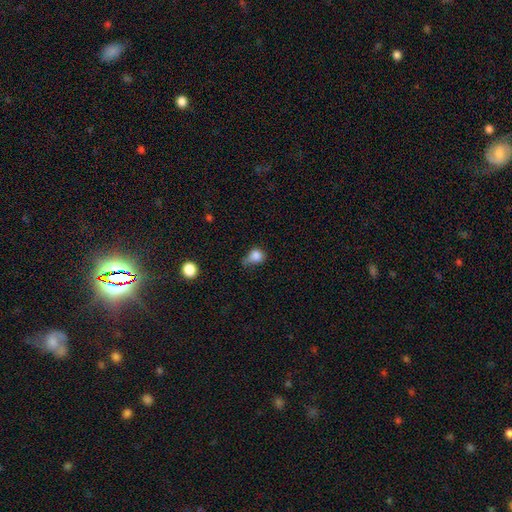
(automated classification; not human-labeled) Smooth or featured: smooth — 81% (star or artifact — 11%)
How rounded: round — 69% (in between — 30%)
Merging: minor disturbance — 40% (none — 33%)